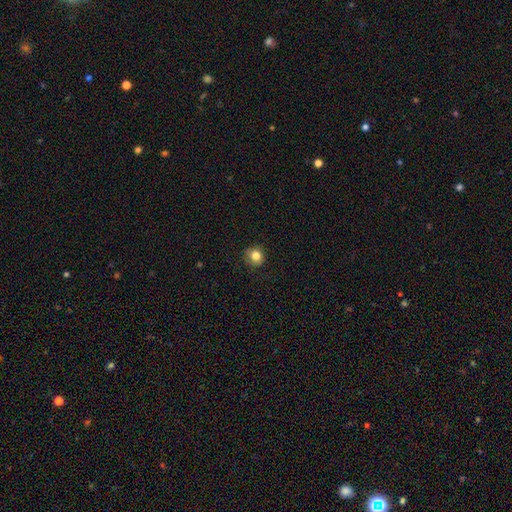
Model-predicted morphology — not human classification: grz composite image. It shows a smooth galaxy with no disk features (82%) that is round (90%). Merging: none (87%).